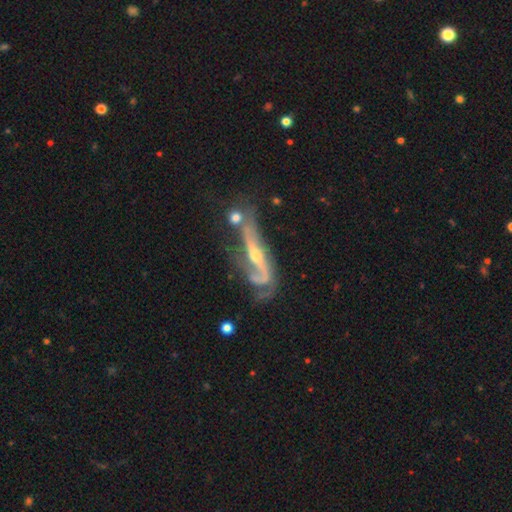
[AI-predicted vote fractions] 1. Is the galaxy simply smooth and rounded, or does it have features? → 84% featured or disk, 10% smooth, 6% star or artifact.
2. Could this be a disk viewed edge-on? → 73% no, 27% yes.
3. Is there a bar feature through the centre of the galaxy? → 41% no, 30% weak, 29% strong.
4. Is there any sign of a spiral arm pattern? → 89% yes, 11% no.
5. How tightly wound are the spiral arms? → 56% loose, 29% medium, 14% tight.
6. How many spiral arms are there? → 65% 2, 15% 1, 13% can't tell, 4% 3, 2% 4, 2% more than 4.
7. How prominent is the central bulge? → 53% moderate, 40% small, 3% large, 2% none, 1% dominant.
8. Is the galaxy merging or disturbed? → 32% none, 27% major disturbance, 21% merger, 20% minor disturbance.